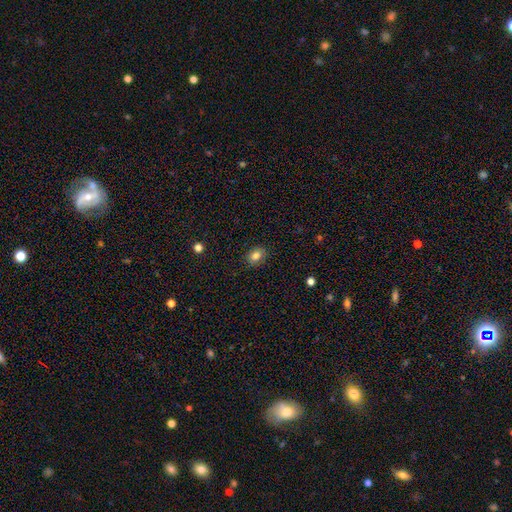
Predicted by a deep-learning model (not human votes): Smooth or featured? smooth (82%)
How rounded? in between (56%)
Merging? none (87%)